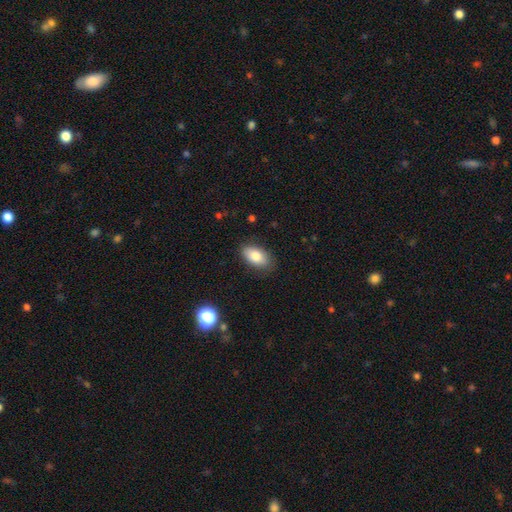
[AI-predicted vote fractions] Morphology: type=smooth (82%); roundness=in between (92%); merging=none (84%).